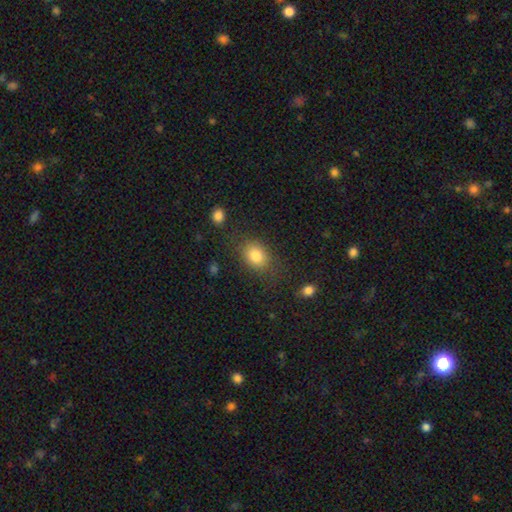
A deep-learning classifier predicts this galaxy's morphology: The model was most divided on "how rounded": in between: 62%, round: 37%, cigar-shaped: 1%. More confident: smooth or featured — smooth (82%); merging — none (76%).